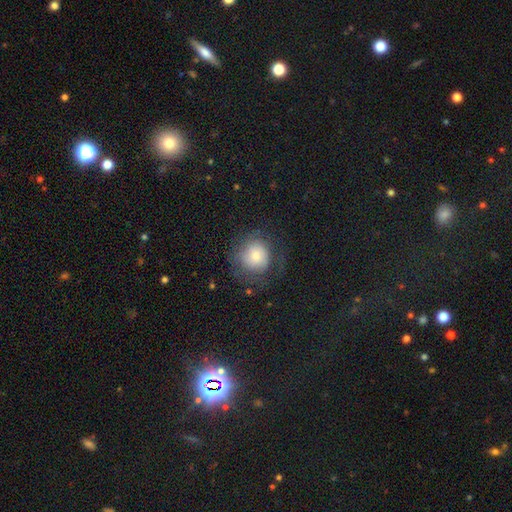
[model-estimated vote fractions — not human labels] Morphology: type=smooth (62%); roundness=round (88%); merging=none (61%).